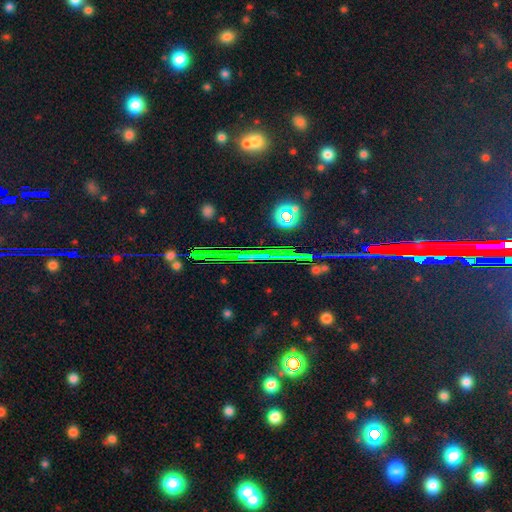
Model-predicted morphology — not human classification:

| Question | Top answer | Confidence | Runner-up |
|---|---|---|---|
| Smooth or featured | star or artifact | 71% | smooth (15%) |